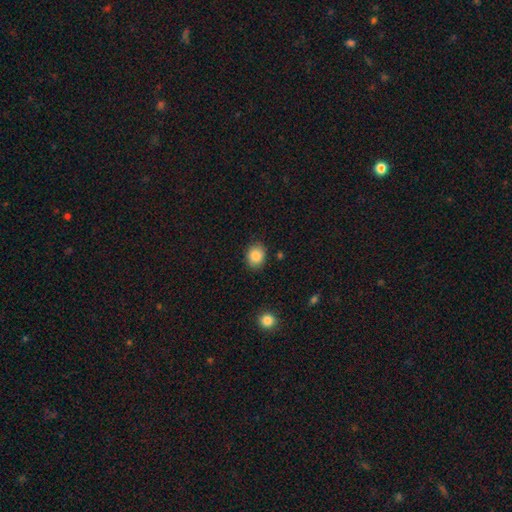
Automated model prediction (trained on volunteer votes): A smooth galaxy with no disk features (86%) that is round (57%). Merging: none (86%).